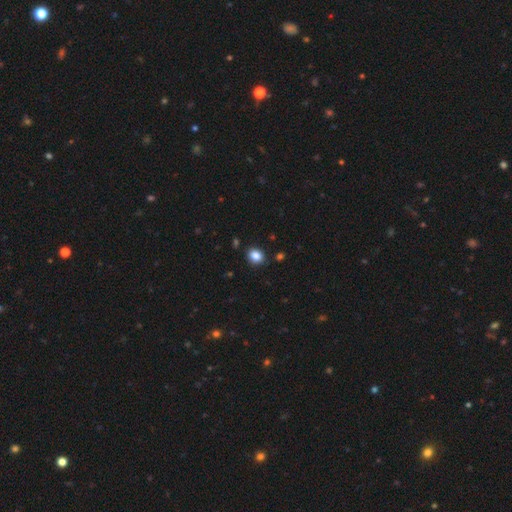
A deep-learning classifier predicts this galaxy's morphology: This appears to be a smooth galaxy with no disk features (85%) that is round (55%). Merging: none (88%).